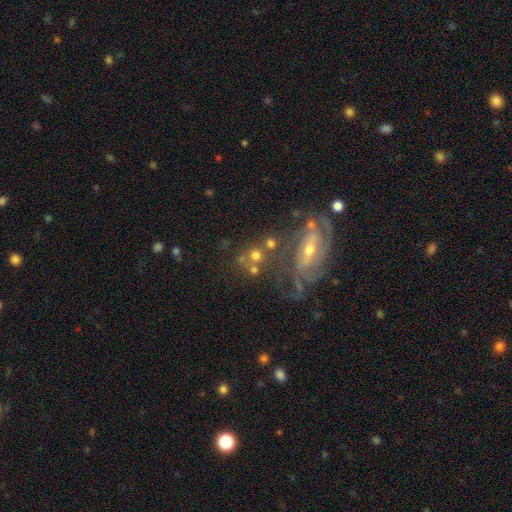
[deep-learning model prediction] Q: Smooth or featured?
A: smooth (52%); runner-up: featured or disk (31%)
Q: How rounded?
A: round (82%); runner-up: in between (16%)
Q: Merging?
A: none (59%); runner-up: merger (20%)